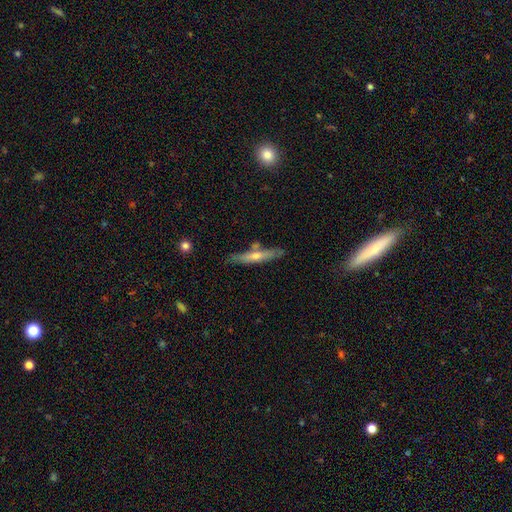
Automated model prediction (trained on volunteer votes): Smooth or featured? featured or disk (63%)
Edge-on disk? yes (91%)
Edge-on bulge? rounded (79%)
Merging? none (82%)